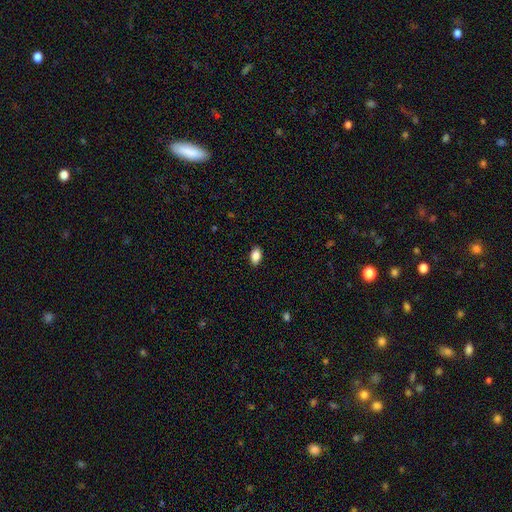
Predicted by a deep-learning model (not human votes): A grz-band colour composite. It shows a smooth galaxy with no disk features (87%) that is in between round and cigar-shaped (90%). Merging: none (89%).